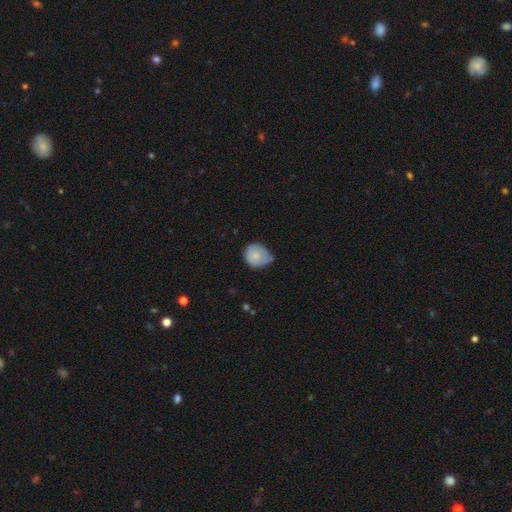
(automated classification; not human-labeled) Smooth or featured? Predicted: smooth (p=0.75). How rounded? Predicted: round (p=0.77). Merging? Predicted: minor disturbance (p=0.44).